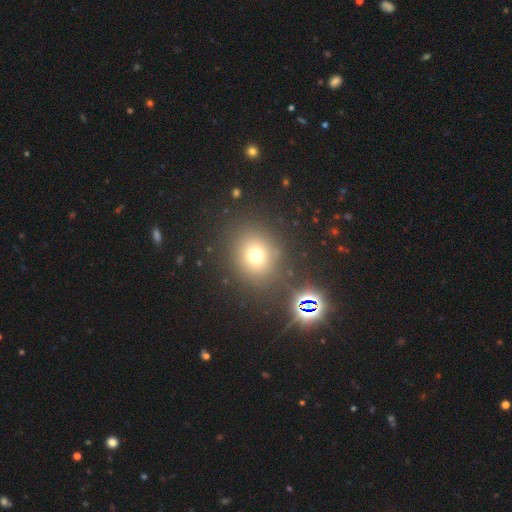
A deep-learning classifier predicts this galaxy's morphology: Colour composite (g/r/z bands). It shows a smooth galaxy with no disk features (67%) that is round (76%). Merging: none (82%).